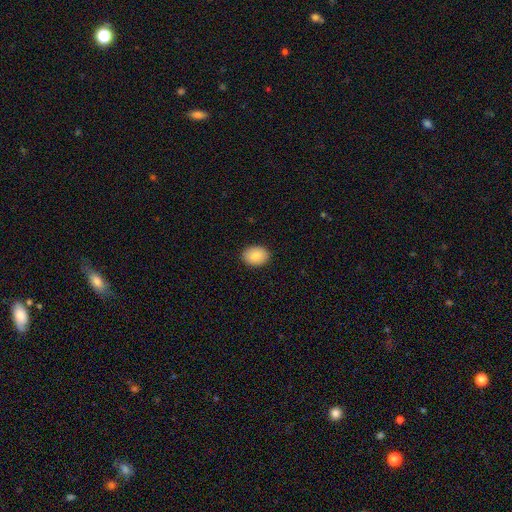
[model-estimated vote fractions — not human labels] smooth_or_featured: smooth (p=0.88) [alt: star or artifact p=0.07]
how_rounded: in between (p=0.73) [alt: round p=0.26]
merging: none (p=0.90) [alt: minor disturbance p=0.07]